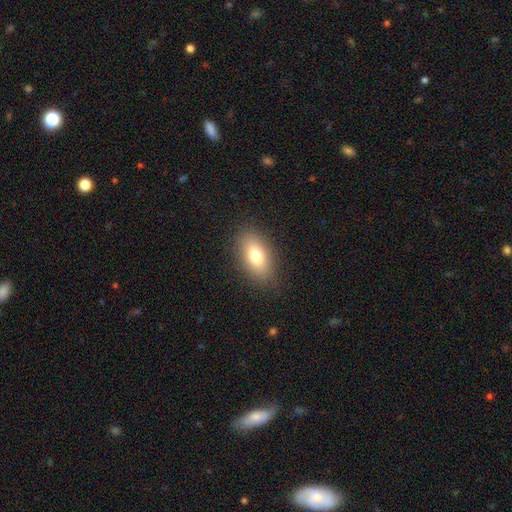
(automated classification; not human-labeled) Overall: smooth (77%). How rounded: in between (88%). Merging: none (86%).